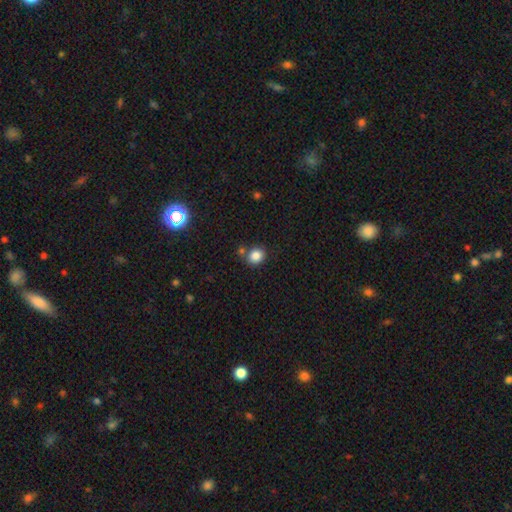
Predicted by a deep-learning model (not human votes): The model was most divided on "how rounded": round: 76%, in between: 23%, cigar-shaped: 1%. More confident: smooth or featured — smooth (84%); merging — none (72%).